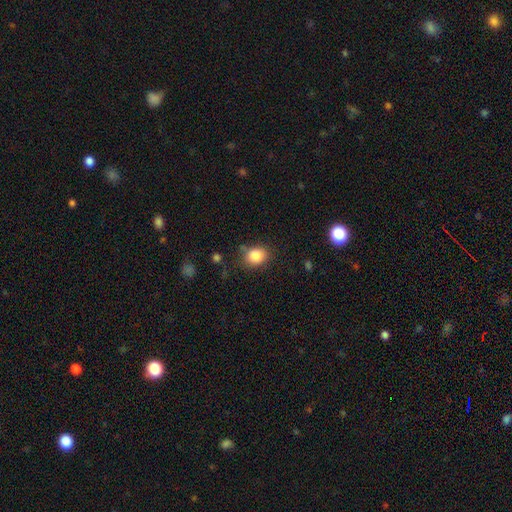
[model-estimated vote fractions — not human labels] Smooth or featured: smooth — 85% (star or artifact — 10%)
How rounded: round — 55% (in between — 44%)
Merging: none — 76% (minor disturbance — 16%)